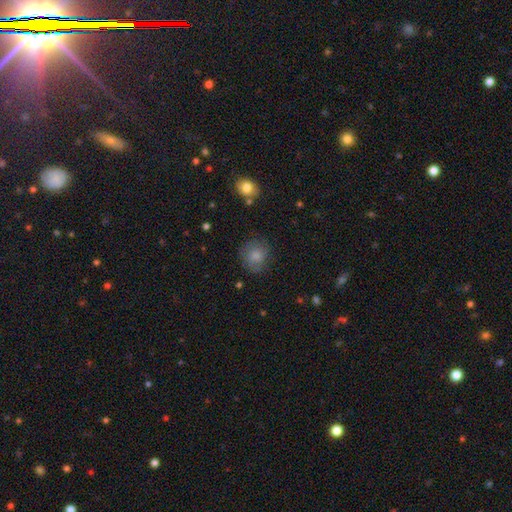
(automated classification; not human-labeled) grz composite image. It shows a smooth galaxy with no disk features (81%) that is round (85%). Merging: none (78%).